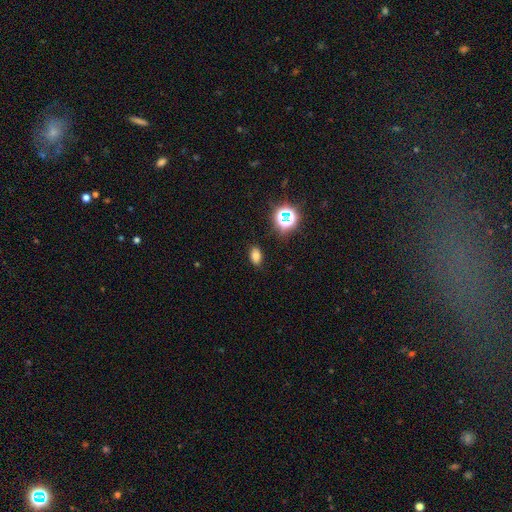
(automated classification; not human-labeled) A smooth galaxy with no disk features (74%) that is in between round and cigar-shaped (86%).

Vote fractions:
- Smooth or featured? smooth: 74% / star or artifact: 19% / featured or disk: 7%
- How rounded? in between: 86% / round: 12% / cigar-shaped: 2%
- Merging? none: 87% / minor disturbance: 9% / major disturbance: 3% / merger: 1%